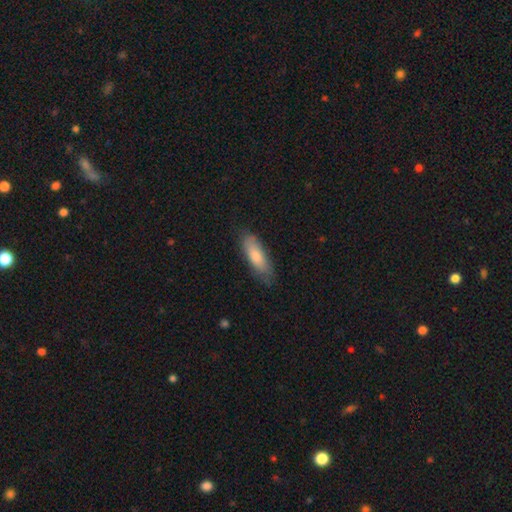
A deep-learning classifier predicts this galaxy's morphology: Smooth or featured? smooth (76%)
How rounded? in between (54%)
Merging? none (76%)